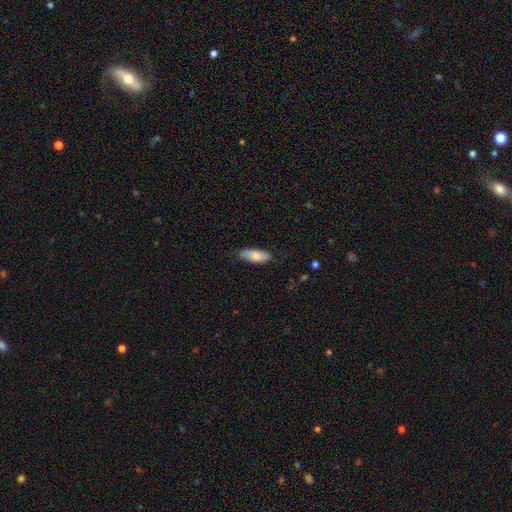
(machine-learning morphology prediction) The model was most divided on "how rounded": in between: 70%, cigar-shaped: 28%, round: 2%. More confident: merging — none (80%); smooth or featured — smooth (79%).